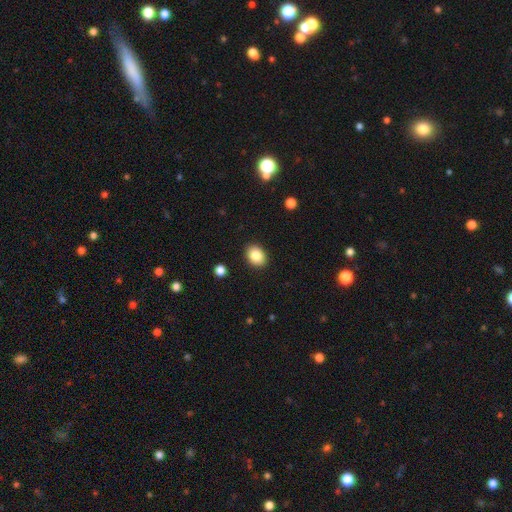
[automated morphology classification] smooth 85%, star or artifact 8%, featured or disk 6%. Down the decision tree: how rounded — in between (62%); merging — none (90%).